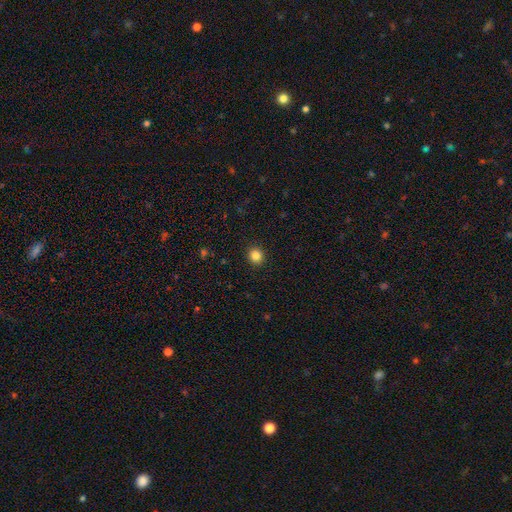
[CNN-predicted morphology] The model was most divided on "smooth or featured": smooth: 85%, star or artifact: 11%, featured or disk: 4%. More confident: merging — none (92%); how rounded — round (90%).